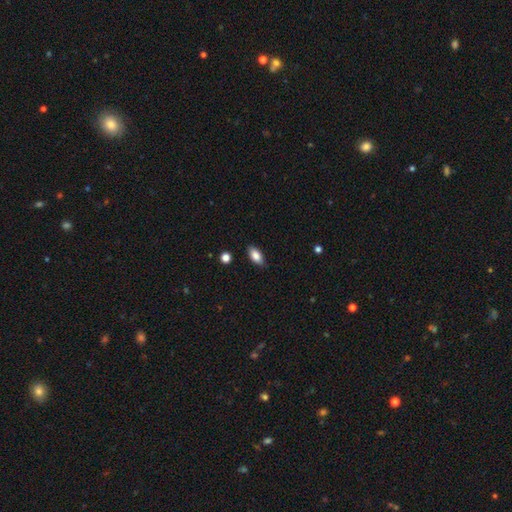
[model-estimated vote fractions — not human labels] This appears to be a smooth galaxy with no disk features (84%) that is in between round and cigar-shaped (89%). Merging: none (84%).